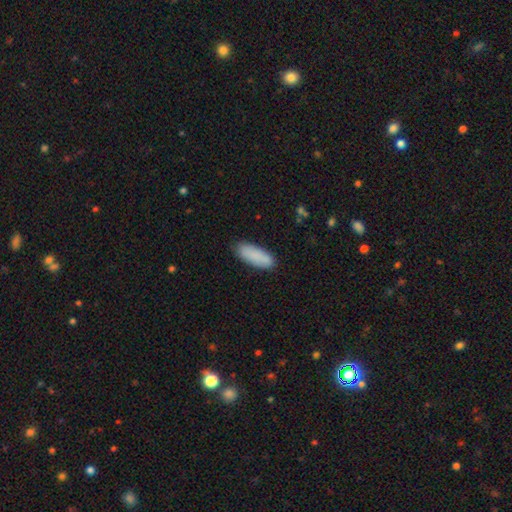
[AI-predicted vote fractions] A smooth galaxy with no disk features (88%) that is in between round and cigar-shaped (67%). Merging: none (85%).